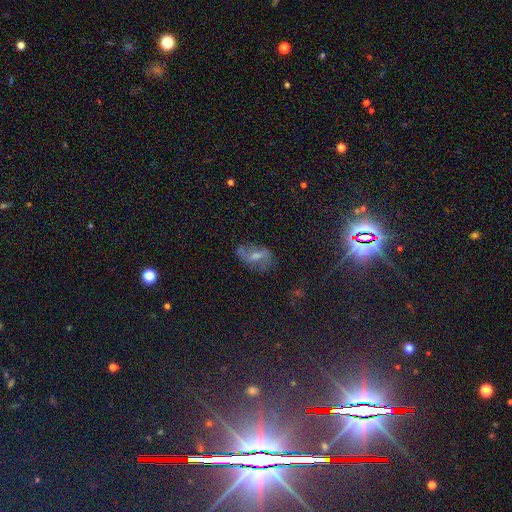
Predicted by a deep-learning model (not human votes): Smooth or featured?
  - featured or disk: 48% *
  - star or artifact: 32%
  - smooth: 20%
Merging?
  - none: 74% *
  - minor disturbance: 16%
  - major disturbance: 7%
  - merger: 2%